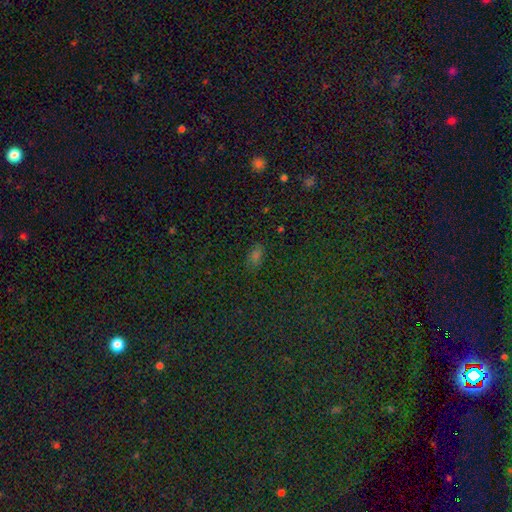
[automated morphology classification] Overall: smooth (60%; star or artifact 33%). How rounded: in between (86%). Merging: none (81%).